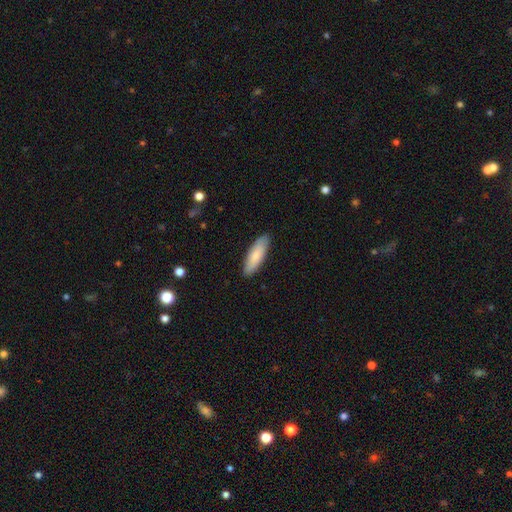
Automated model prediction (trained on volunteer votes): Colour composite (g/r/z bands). It shows a smooth galaxy with no disk features (79%) that is in between round and cigar-shaped (51%). Merging: none (88%).